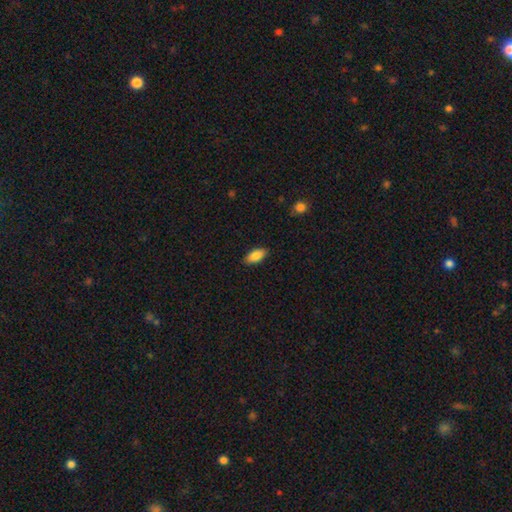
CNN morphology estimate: This appears to be a smooth galaxy with no disk features (87%) that is in between round and cigar-shaped (90%). Merging: none (88%).